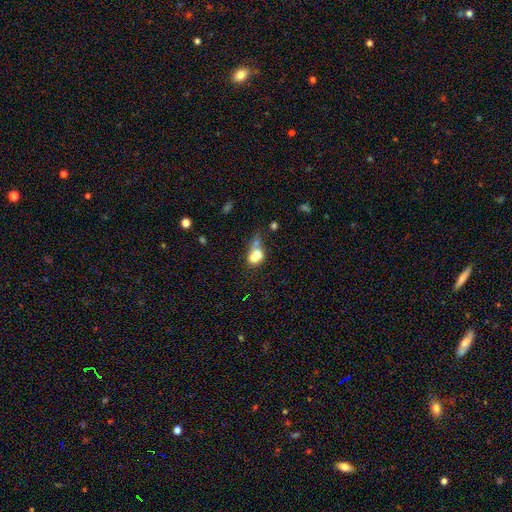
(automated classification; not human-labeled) smooth_or_featured: smooth (p=0.62) [alt: featured or disk p=0.27]
how_rounded: in between (p=0.53) [alt: round p=0.44]
merging: merger (p=0.61) [alt: none p=0.17]